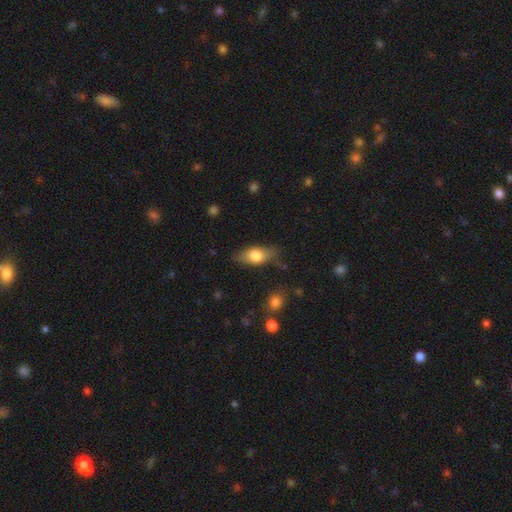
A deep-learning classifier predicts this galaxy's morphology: smooth-or-featured: smooth: 69% | featured or disk: 25% | star or artifact: 7%
  how-rounded: in between: 79% | cigar-shaped: 14% | round: 6%
  merging: none: 76% | minor disturbance: 17% | major disturbance: 4% | merger: 2%